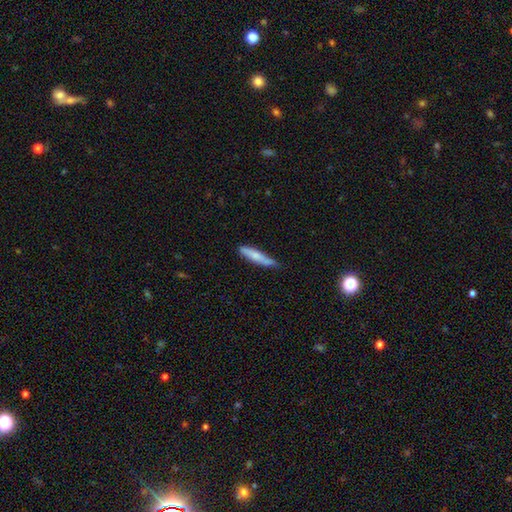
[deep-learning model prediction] A smooth galaxy with no disk features (73%) that is cigar-shaped (86%).

Vote fractions:
- Smooth or featured? smooth: 73% / featured or disk: 21% / star or artifact: 6%
- How rounded? cigar-shaped: 86% / in between: 12% / round: 1%
- Merging? none: 68% / minor disturbance: 26% / major disturbance: 3% / merger: 2%